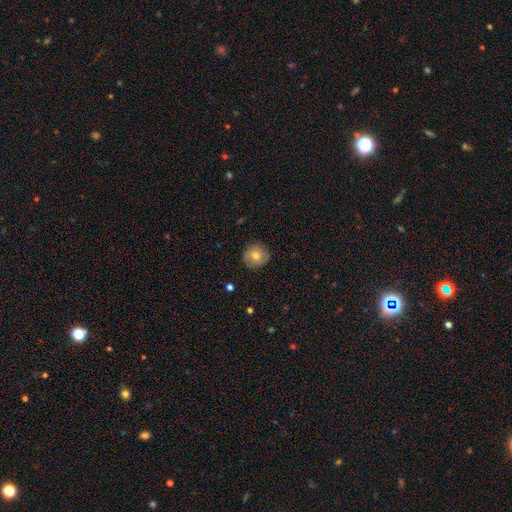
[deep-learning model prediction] Overall: smooth (67%). How rounded: round (90%). Merging: none (86%).